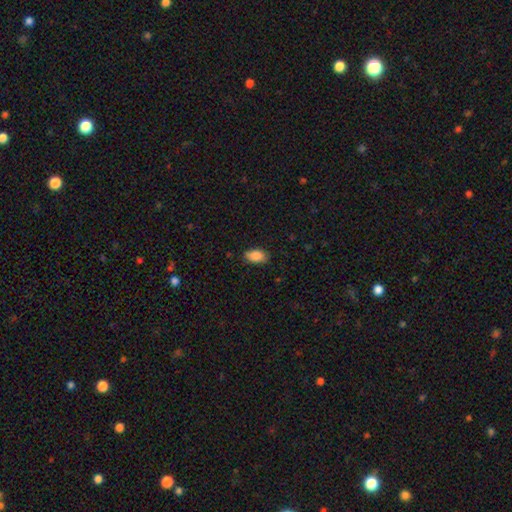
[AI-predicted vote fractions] smooth_or_featured: smooth (p=0.87) [alt: star or artifact p=0.07]
how_rounded: in between (p=0.92) [alt: round p=0.05]
merging: none (p=0.82) [alt: minor disturbance p=0.14]